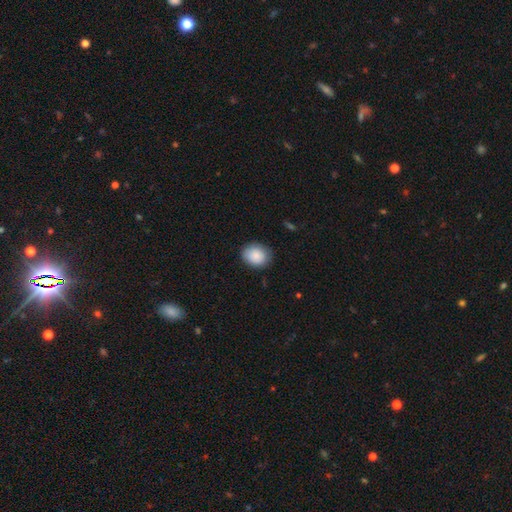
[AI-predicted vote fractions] This is clearly a smooth galaxy (87%). How rounded: possibly round (54%). Merging: clearly none (81%).